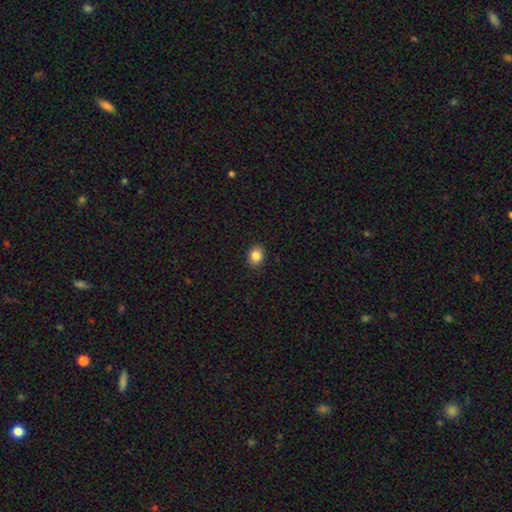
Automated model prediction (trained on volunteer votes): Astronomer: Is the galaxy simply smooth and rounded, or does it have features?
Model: smooth — 85%.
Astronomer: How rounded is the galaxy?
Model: round — 54% (runner-up: in between, 45%).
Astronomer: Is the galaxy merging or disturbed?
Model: none — 90%.